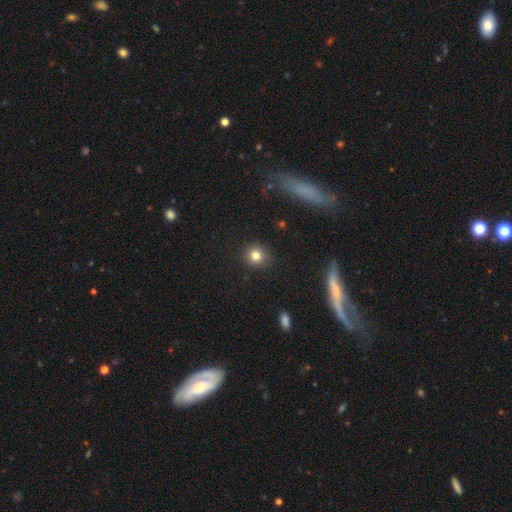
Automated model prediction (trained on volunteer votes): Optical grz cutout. It shows a smooth galaxy with no disk features (81%) that is round (92%). Merging: none (90%).